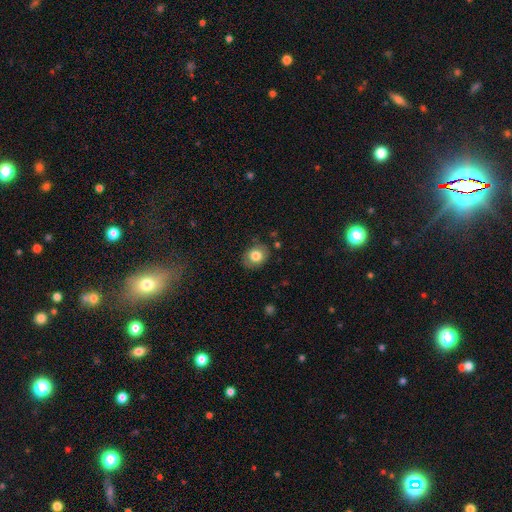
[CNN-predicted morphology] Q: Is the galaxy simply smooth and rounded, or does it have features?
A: smooth — 79%.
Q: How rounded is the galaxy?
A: round — 55%.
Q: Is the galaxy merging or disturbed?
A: none — 81%.